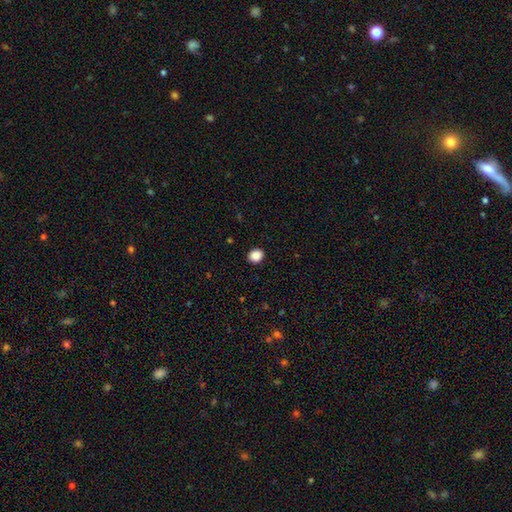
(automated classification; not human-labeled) Smooth or featured? smooth (88%)
How rounded? round (67%)
Merging? none (92%)